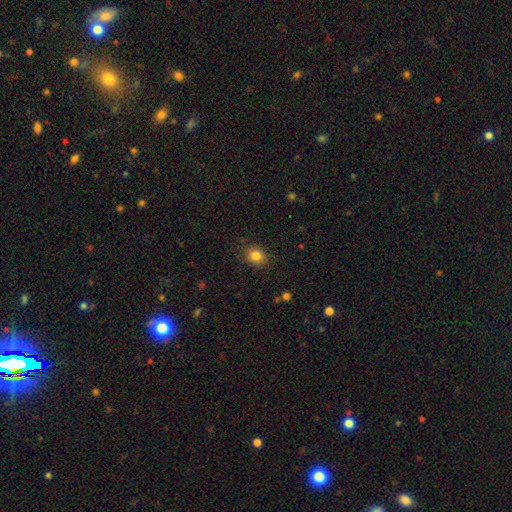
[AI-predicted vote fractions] This appears to be a smooth galaxy with no disk features (84%) that is round (70%). Merging: none (87%).